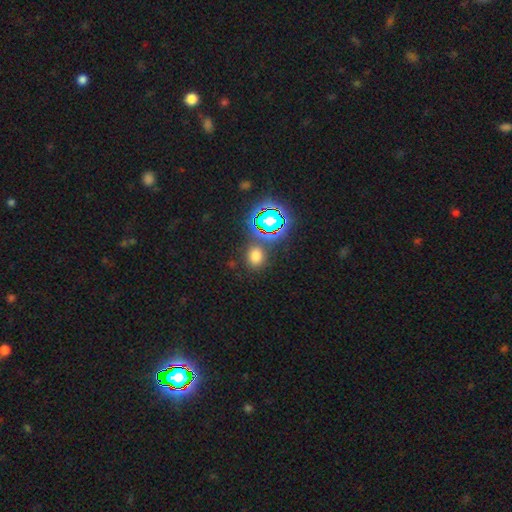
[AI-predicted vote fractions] This is likely a smooth galaxy (65%). How rounded: likely round (61%). Merging: clearly none (81%).